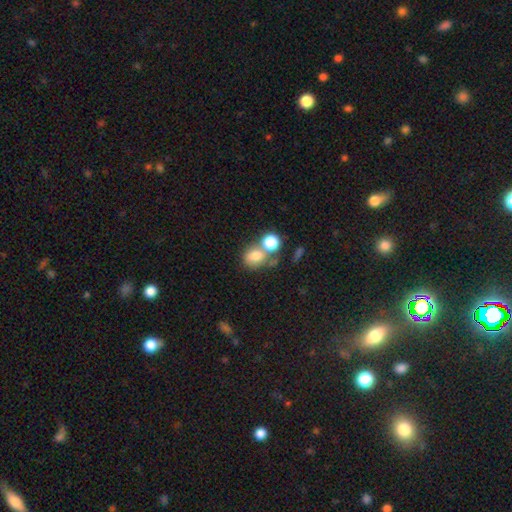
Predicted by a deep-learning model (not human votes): Morphology: type=smooth (75%); roundness=round (58%); merging=merger (47%).